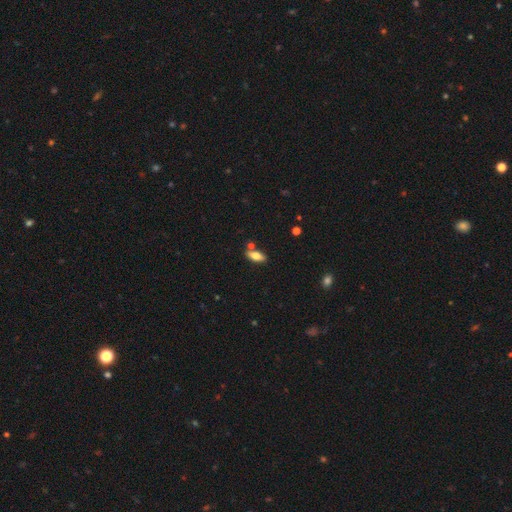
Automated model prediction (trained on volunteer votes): This is likely a smooth galaxy (70%). How rounded: likely in between (80%). Merging: likely none (75%).